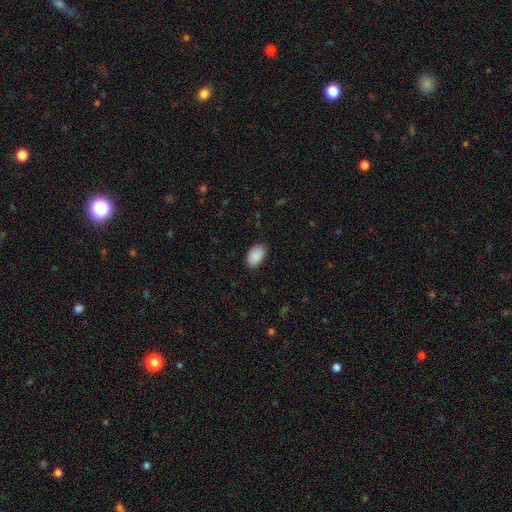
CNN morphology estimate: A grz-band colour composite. It shows a smooth galaxy with no disk features (91%) that is in between round and cigar-shaped (93%). Merging: none (85%).